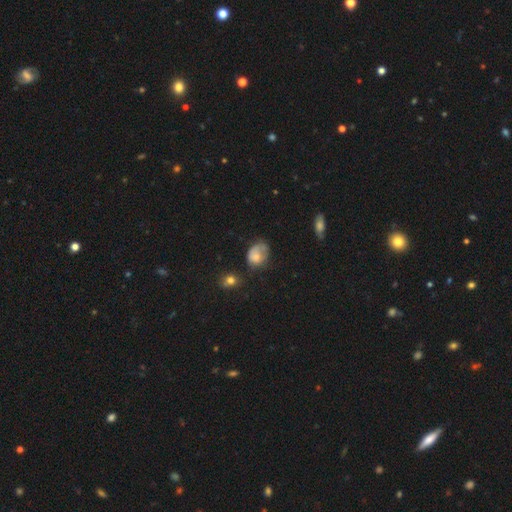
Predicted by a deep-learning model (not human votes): The model was most divided on "merging": none: 34%, minor disturbance: 33%, major disturbance: 28%, merger: 5%. More confident: smooth or featured — smooth (63%); how rounded — in between (58%).